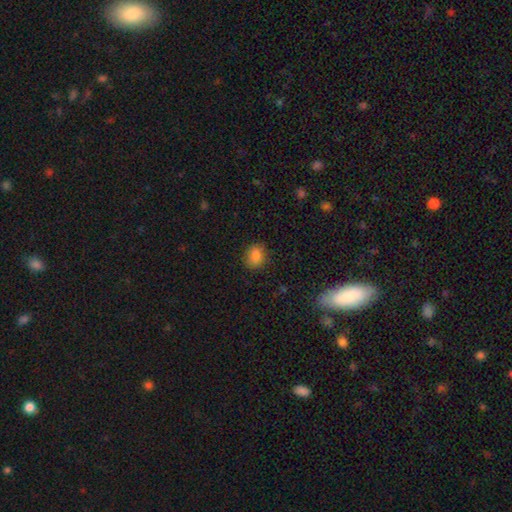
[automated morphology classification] Smooth or featured? smooth (85%)
How rounded? round (52%)
Merging? none (83%)